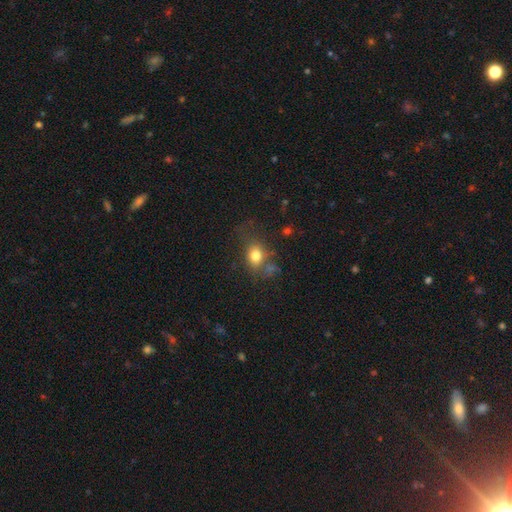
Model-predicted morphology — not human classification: A smooth galaxy with no disk features (77%) that is in between round and cigar-shaped (56%). Merging: none (61%).